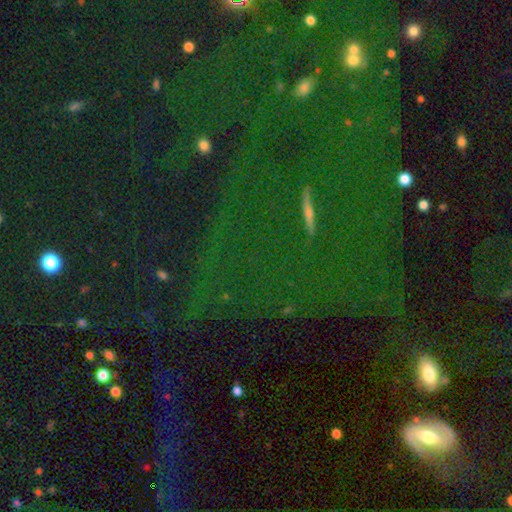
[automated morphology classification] Smooth or featured: star or artifact — 70% (smooth — 17%)